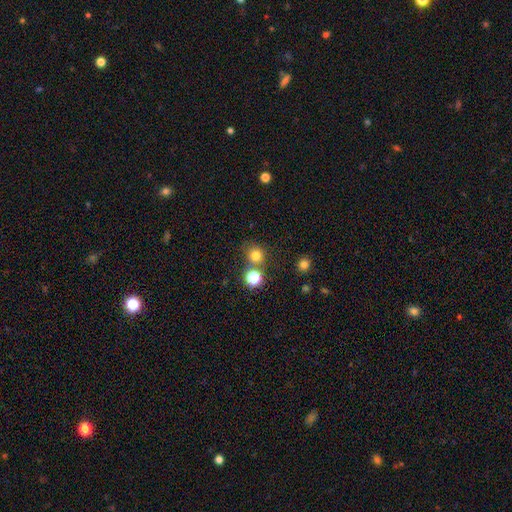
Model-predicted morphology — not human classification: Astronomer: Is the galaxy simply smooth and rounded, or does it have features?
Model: smooth — 75%.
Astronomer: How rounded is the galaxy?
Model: round — 87%.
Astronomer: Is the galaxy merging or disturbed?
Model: none — 70%.